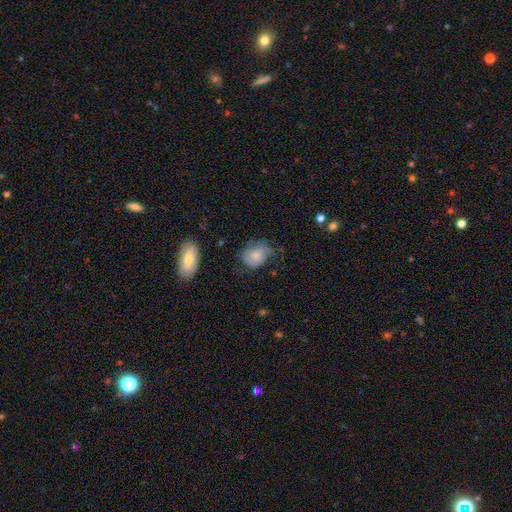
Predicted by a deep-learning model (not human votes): Smooth or featured?
  - smooth: 73% *
  - featured or disk: 20%
  - star or artifact: 8%
How rounded?
  - in between: 64% *
  - round: 35%
  - cigar-shaped: 1%
Merging?
  - none: 41% *
  - minor disturbance: 36%
  - major disturbance: 20%
  - merger: 3%